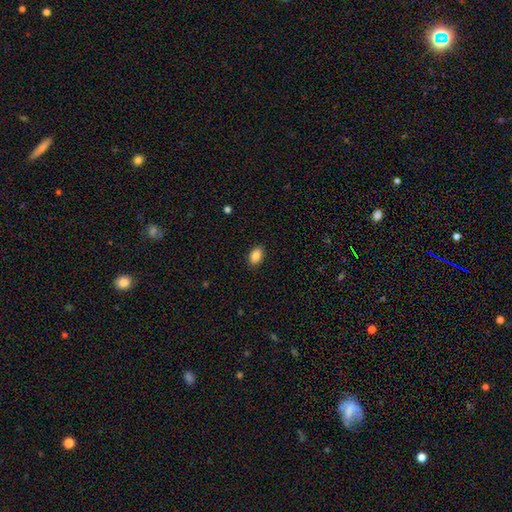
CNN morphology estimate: The model was most divided on "smooth or featured": smooth: 87%, star or artifact: 8%, featured or disk: 5%. More confident: how rounded — in between (90%); merging — none (89%).